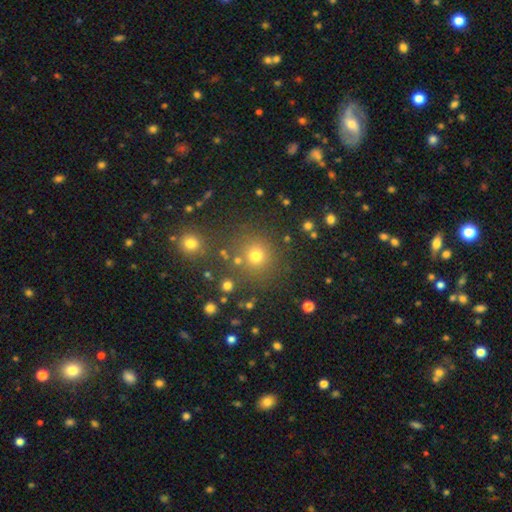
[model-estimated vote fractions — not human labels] Q: Smooth or featured?
A: smooth (73%); runner-up: star or artifact (21%)
Q: How rounded?
A: round (92%); runner-up: in between (7%)
Q: Merging?
A: none (80%); runner-up: minor disturbance (8%)